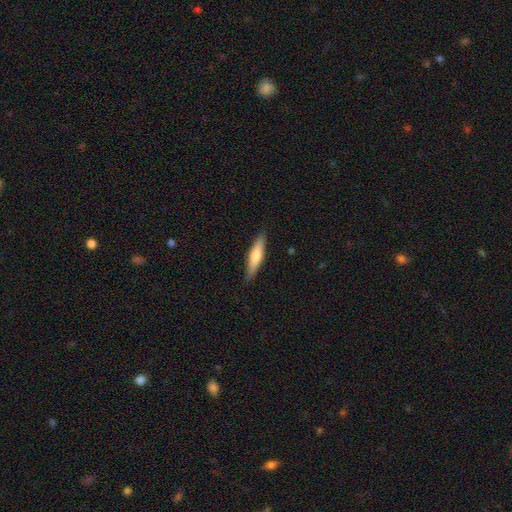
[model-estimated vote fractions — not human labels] smooth-or-featured: smooth: 59% | featured or disk: 36% | star or artifact: 5%
  how-rounded: cigar-shaped: 81% | in between: 17% | round: 1%
  merging: none: 89% | minor disturbance: 8% | major disturbance: 2% | merger: 1%